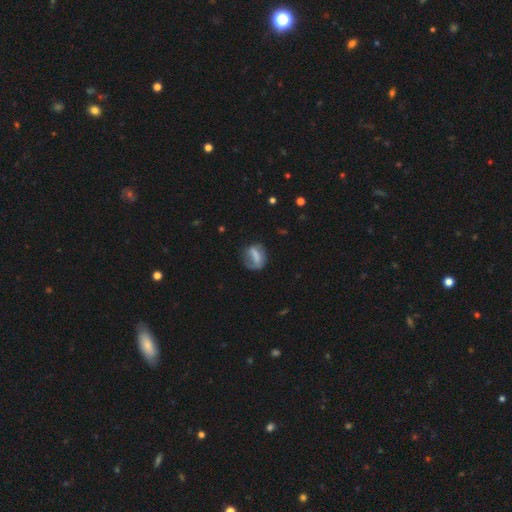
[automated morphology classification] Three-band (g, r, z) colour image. It shows a smooth galaxy with no disk features (53%) that is in between round and cigar-shaped (54%). Merging: none (52%).